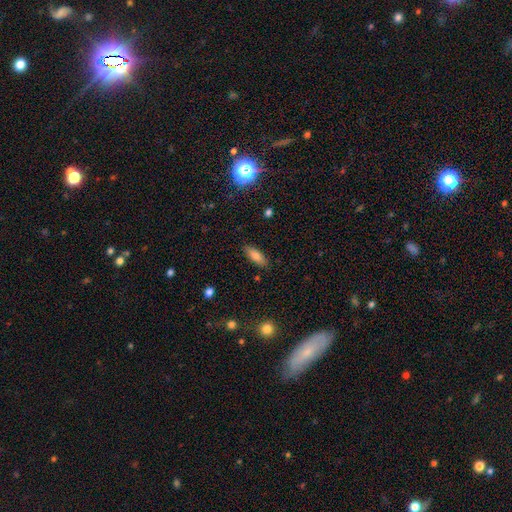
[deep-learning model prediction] Morphology: type=smooth (78%); roundness=in between (67%); merging=none (87%).